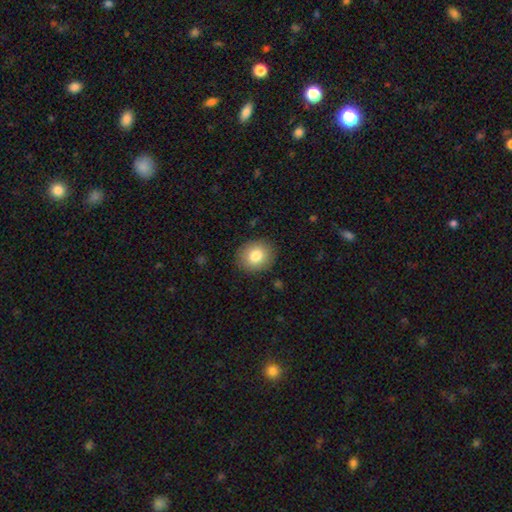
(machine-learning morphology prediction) This is clearly a smooth galaxy (81%). How rounded: likely round (74%). Merging: clearly none (89%).